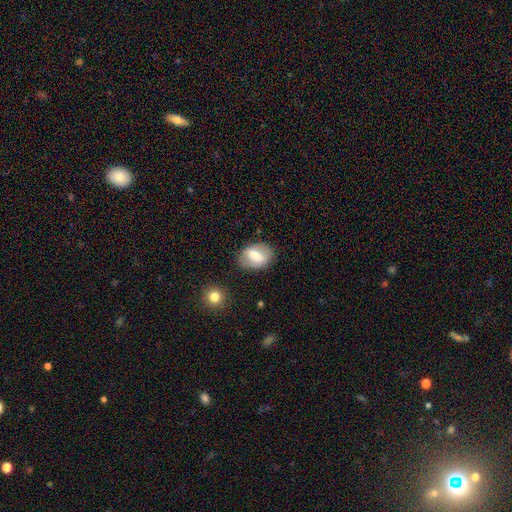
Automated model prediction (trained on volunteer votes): Smooth or featured? Predicted: smooth (p=0.57). How rounded? Predicted: in between (p=0.73). Merging? Predicted: none (p=0.80).